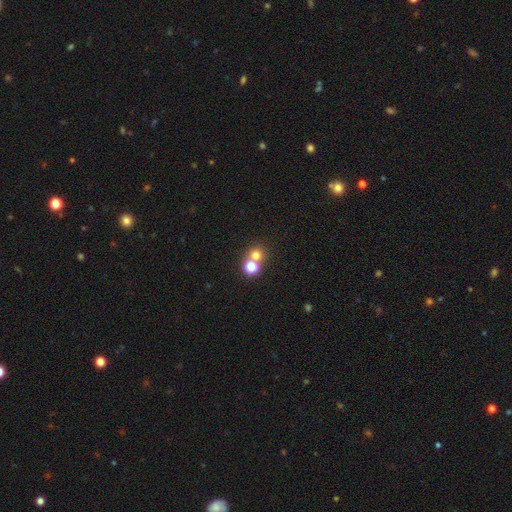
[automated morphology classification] This is likely a smooth galaxy (71%). How rounded: clearly round (87%). Merging: possibly none (54%).